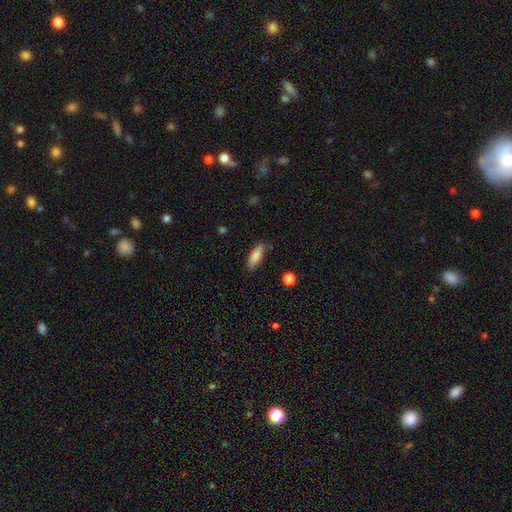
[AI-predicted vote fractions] This is clearly a smooth galaxy (84%). How rounded: likely in between (71%). Merging: likely none (77%).